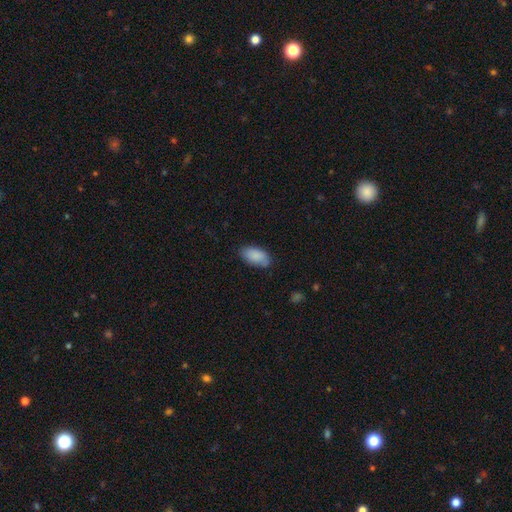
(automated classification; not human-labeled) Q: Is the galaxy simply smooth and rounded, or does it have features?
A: smooth — 87%.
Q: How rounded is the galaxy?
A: in between — 94%.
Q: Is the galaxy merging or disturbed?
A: none — 76%.